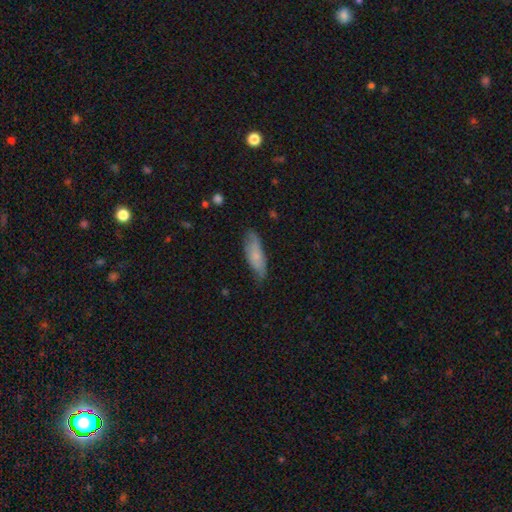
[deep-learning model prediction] Smooth or featured? smooth (71%)
How rounded? in between (56%)
Merging? none (70%)